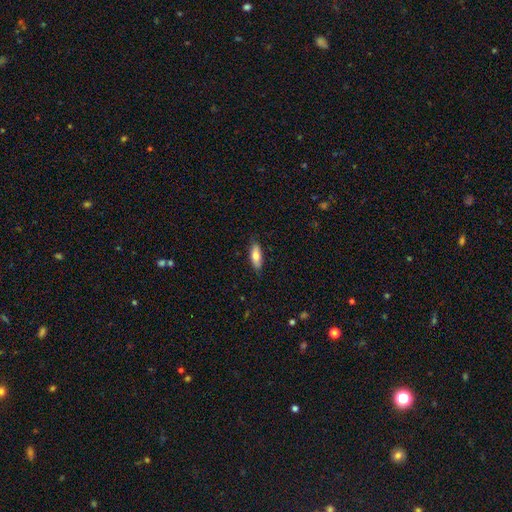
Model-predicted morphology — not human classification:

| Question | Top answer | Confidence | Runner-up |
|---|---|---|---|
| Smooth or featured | smooth | 77% | featured or disk (17%) |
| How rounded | in between | 68% | cigar-shaped (29%) |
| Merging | none | 85% | minor disturbance (12%) |